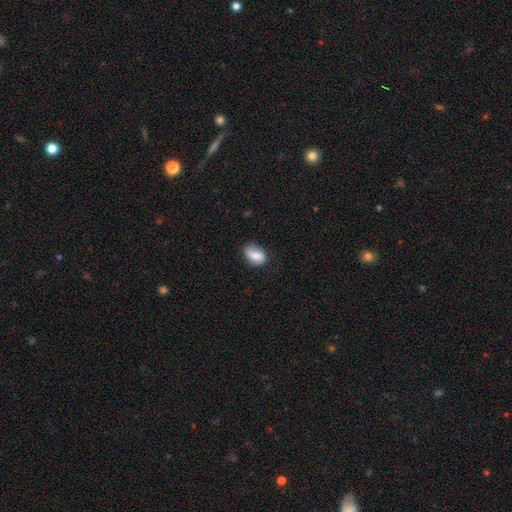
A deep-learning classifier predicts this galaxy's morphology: Smooth or featured: smooth — 77% (featured or disk — 15%)
How rounded: in between — 83% (round — 15%)
Merging: none — 65% (minor disturbance — 27%)